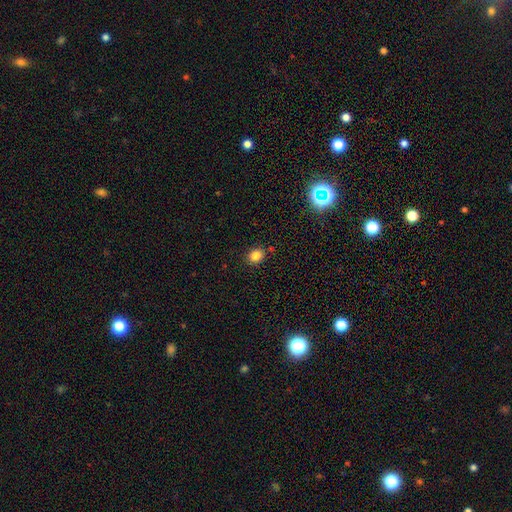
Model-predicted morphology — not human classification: smooth 82%, star or artifact 13%, featured or disk 5%. Down the decision tree: how rounded — round (63%); merging — none (86%).